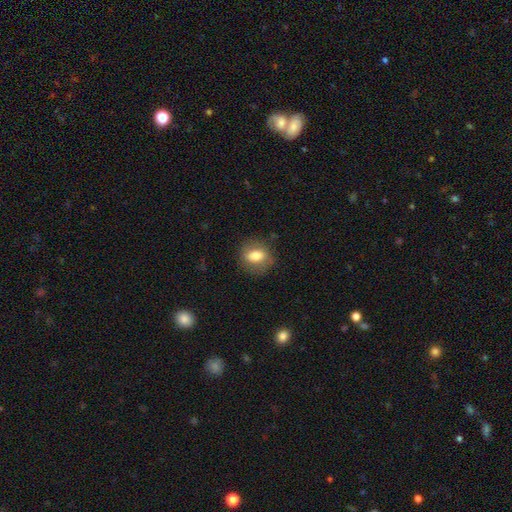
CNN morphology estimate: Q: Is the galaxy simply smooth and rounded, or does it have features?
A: smooth — 73%.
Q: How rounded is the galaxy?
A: in between — 51%.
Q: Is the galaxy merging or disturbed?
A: none — 78%.